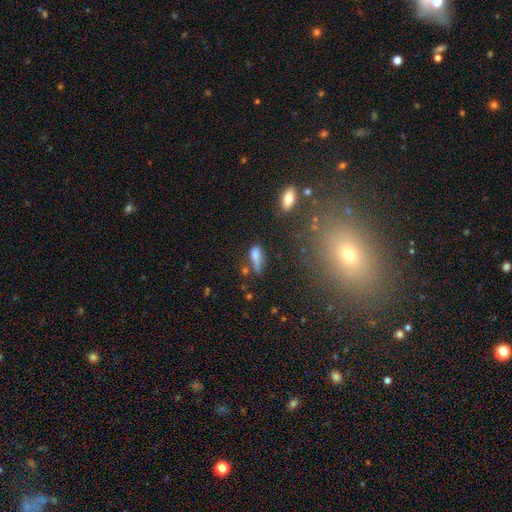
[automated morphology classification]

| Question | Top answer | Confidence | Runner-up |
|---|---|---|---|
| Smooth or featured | smooth | 75% | featured or disk (13%) |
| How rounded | in between | 57% | cigar-shaped (38%) |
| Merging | none | 41% | minor disturbance (28%) |